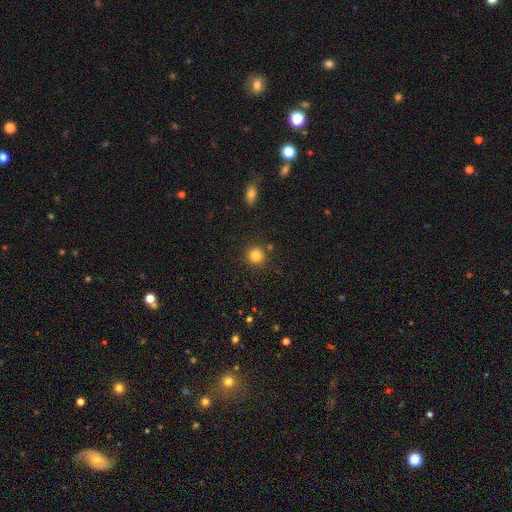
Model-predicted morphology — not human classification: Smooth or featured?
  - smooth: 83% *
  - star or artifact: 11%
  - featured or disk: 5%
How rounded?
  - round: 90% *
  - in between: 9%
  - cigar-shaped: 1%
Merging?
  - none: 83% *
  - minor disturbance: 9%
  - merger: 5%
  - major disturbance: 3%